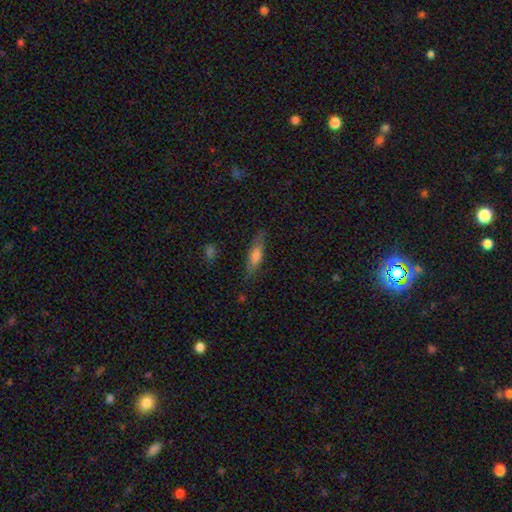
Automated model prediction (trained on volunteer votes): Overall: smooth (67%). How rounded: cigar-shaped (60%; in between 38%). Merging: none (79%).